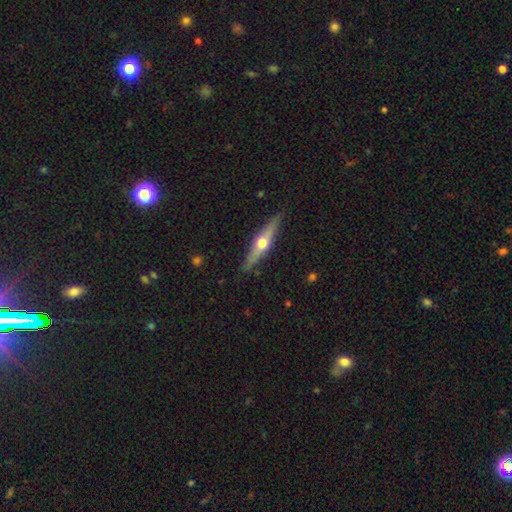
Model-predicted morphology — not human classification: smooth_or_featured: featured or disk (p=0.70) [alt: smooth p=0.24]
disk_edge_on: yes (p=0.95) [alt: no p=0.05]
edge_on_bulge: rounded (p=0.94) [alt: none p=0.03]
merging: none (p=0.90) [alt: minor disturbance p=0.07]